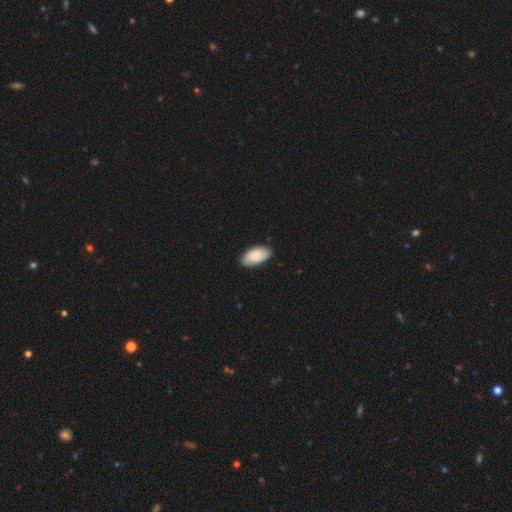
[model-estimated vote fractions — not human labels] Q: Smooth or featured?
A: smooth (83%); runner-up: featured or disk (11%)
Q: How rounded?
A: in between (96%); runner-up: cigar-shaped (2%)
Q: Merging?
A: none (83%); runner-up: minor disturbance (14%)